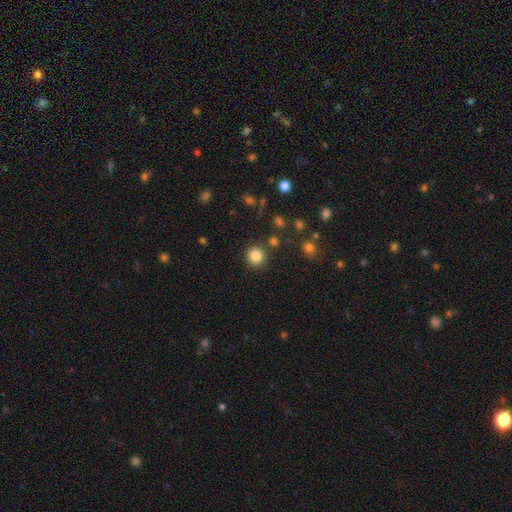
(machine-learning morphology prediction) type=smooth (84%); roundness=round (92%); merging=none (86%).